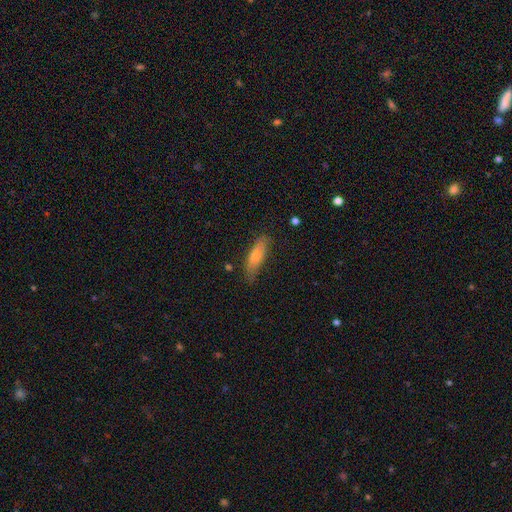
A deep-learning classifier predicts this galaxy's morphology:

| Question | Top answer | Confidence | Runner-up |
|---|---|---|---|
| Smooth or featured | smooth | 76% | featured or disk (17%) |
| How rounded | cigar-shaped | 52% | in between (46%) |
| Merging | none | 70% | minor disturbance (23%) |